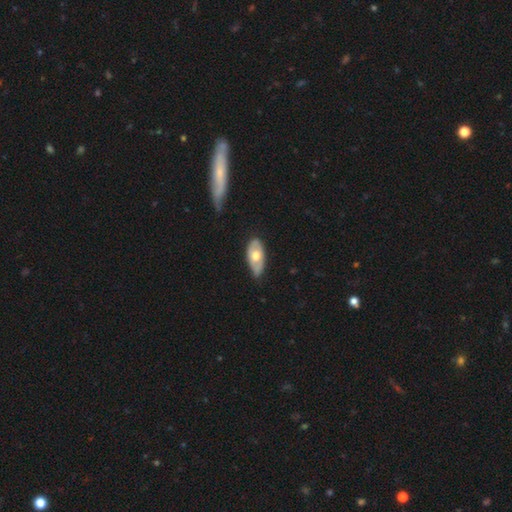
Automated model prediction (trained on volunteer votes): A smooth galaxy with no disk features (50%). Merging: none (67%).